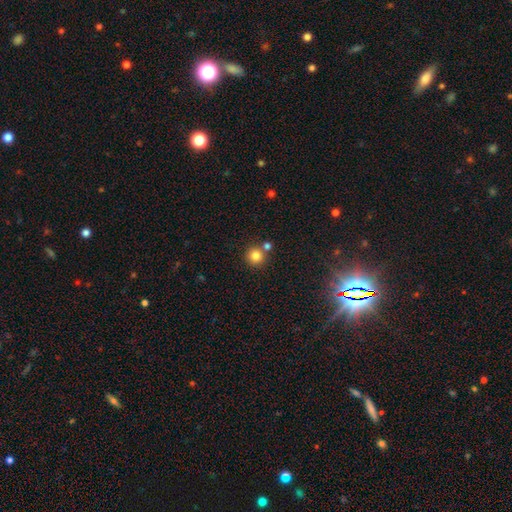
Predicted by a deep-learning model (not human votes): A smooth galaxy with no disk features (83%) that is round (93%). Merging: none (71%).